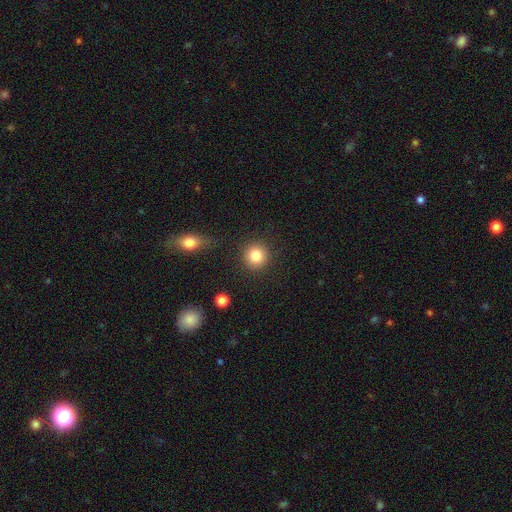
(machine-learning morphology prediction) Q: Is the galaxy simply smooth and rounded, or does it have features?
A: smooth — 84%.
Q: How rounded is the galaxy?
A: round — 92%.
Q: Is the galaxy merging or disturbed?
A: none — 88%.